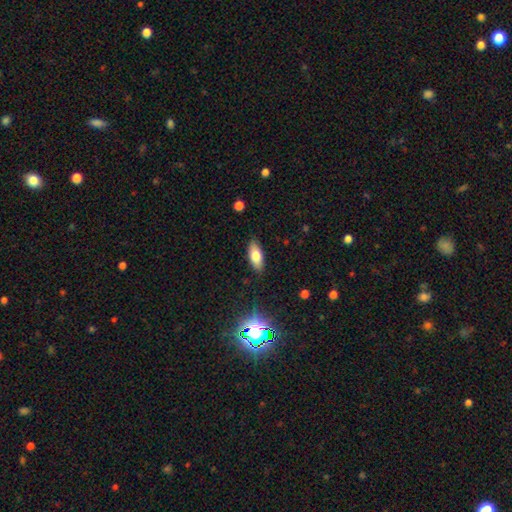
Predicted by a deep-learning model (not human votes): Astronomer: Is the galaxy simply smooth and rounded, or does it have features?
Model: smooth — 74%.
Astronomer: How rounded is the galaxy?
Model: in between — 83%.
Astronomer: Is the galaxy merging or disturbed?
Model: none — 87%.